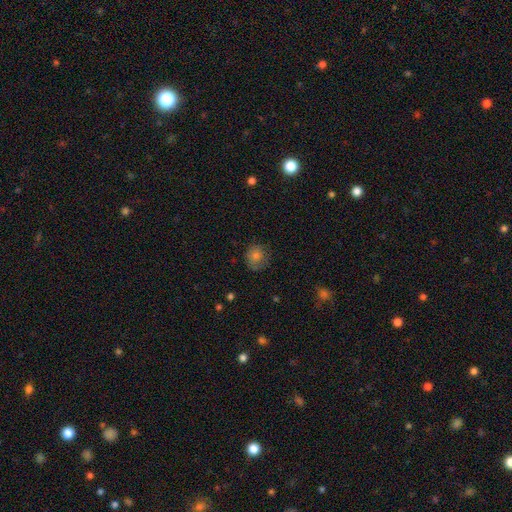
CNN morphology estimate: Q: Smooth or featured?
A: smooth (77%); runner-up: star or artifact (11%)
Q: How rounded?
A: round (85%); runner-up: in between (14%)
Q: Merging?
A: none (74%); runner-up: minor disturbance (19%)